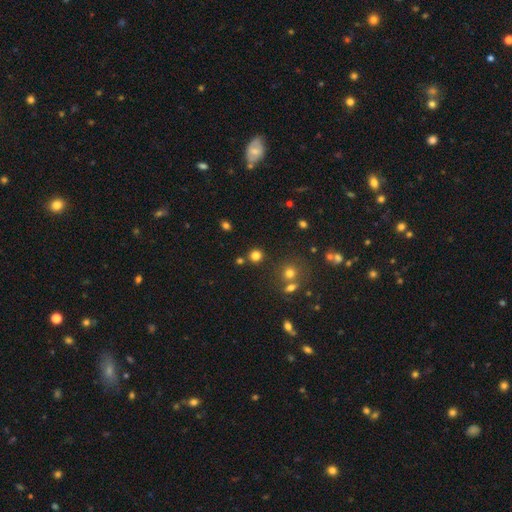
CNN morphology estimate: Overall: smooth (76%). How rounded: round (92%). Merging: none (82%).